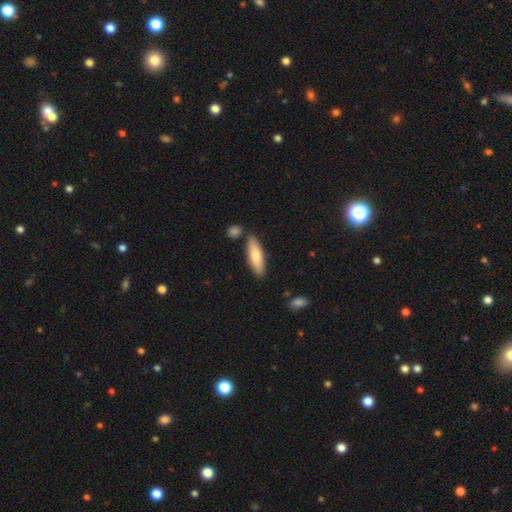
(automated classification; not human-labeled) A smooth galaxy with no disk features (76%) that is cigar-shaped (56%). Merging: none (81%).